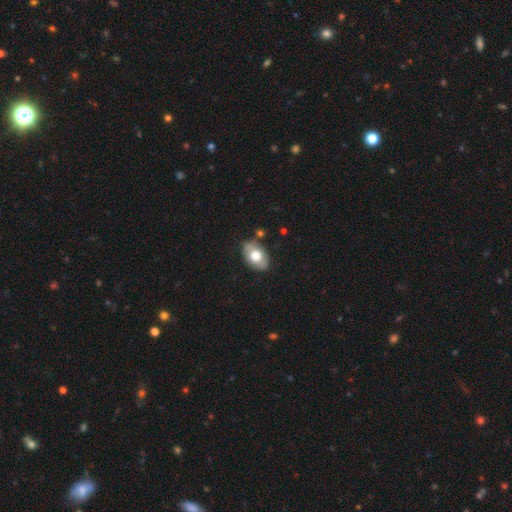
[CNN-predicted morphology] type=smooth (67%); roundness=in between (86%); merging=none (76%).